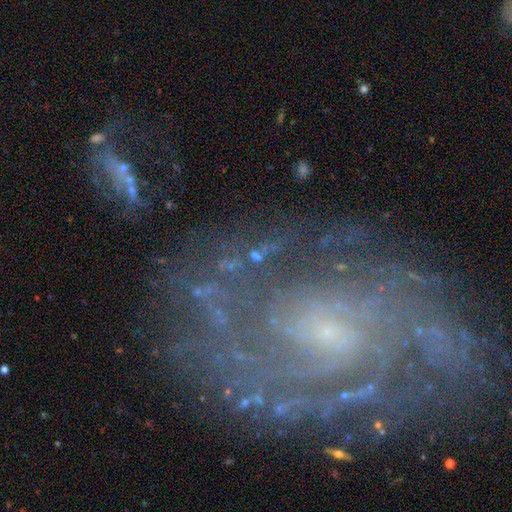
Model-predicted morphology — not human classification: star or artifact 52%, featured or disk 26%, smooth 22%.